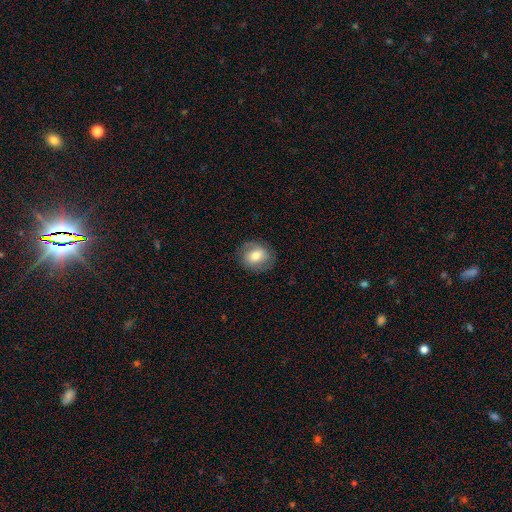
Smooth or featured?
  - smooth: 62% *
  - featured or disk: 28%
  - star or artifact: 10%
How rounded?
  - round: 62% *
  - in between: 38%
  - cigar-shaped: 0%
Merging?
  - none: 80% *
  - minor disturbance: 17%
  - major disturbance: 3%
  - merger: 0%